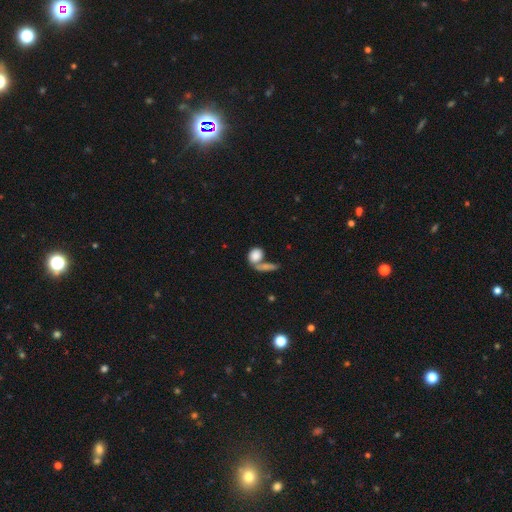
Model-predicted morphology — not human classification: type=smooth (82%); roundness=in between (53%); merging=none (42%).